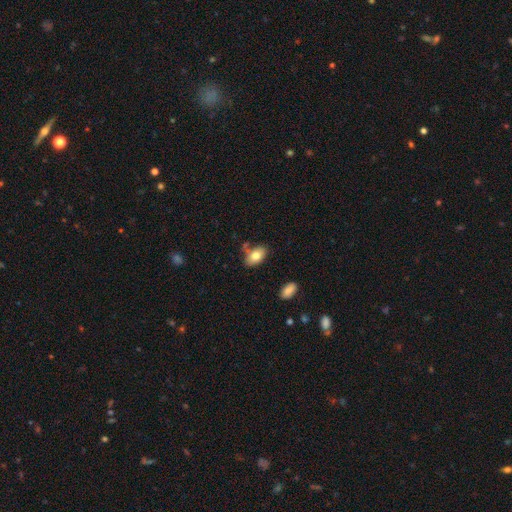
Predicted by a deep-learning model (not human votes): smooth-or-featured: smooth: 80% | featured or disk: 13% | star or artifact: 7%
  how-rounded: in between: 90% | round: 8% | cigar-shaped: 2%
  merging: none: 67% | minor disturbance: 19% | merger: 10% | major disturbance: 4%